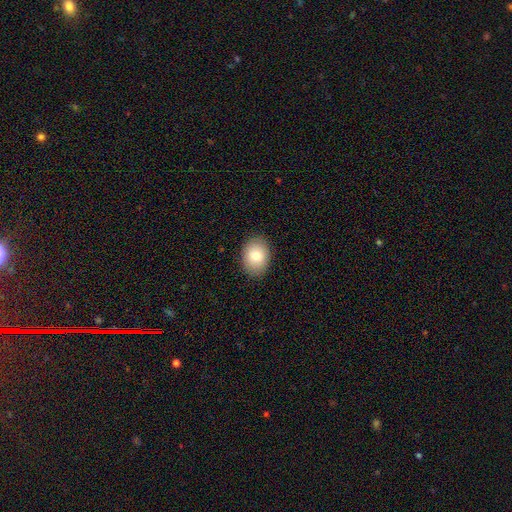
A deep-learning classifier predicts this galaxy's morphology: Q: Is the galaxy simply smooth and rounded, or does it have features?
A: smooth — 81%.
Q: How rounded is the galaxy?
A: in between — 68%.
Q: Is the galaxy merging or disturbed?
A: none — 88%.